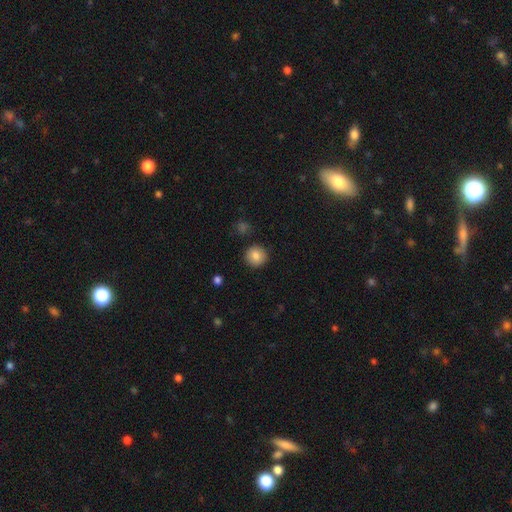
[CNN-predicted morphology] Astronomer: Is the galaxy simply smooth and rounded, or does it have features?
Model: smooth — 86%.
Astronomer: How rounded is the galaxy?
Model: round — 93%.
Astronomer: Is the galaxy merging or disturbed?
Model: none — 90%.